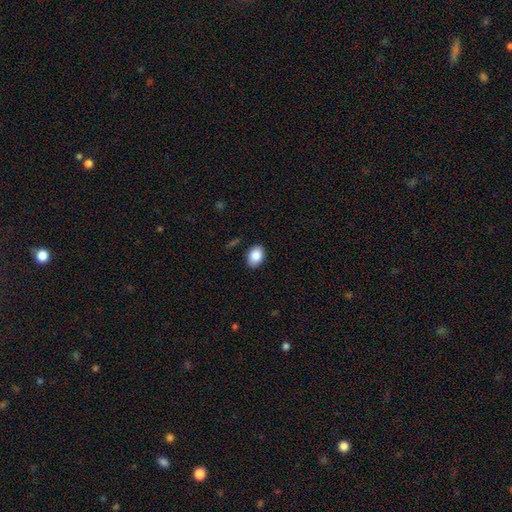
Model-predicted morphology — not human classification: This appears to be a smooth galaxy with no disk features (87%) that is in between round and cigar-shaped (82%). Merging: none (88%).